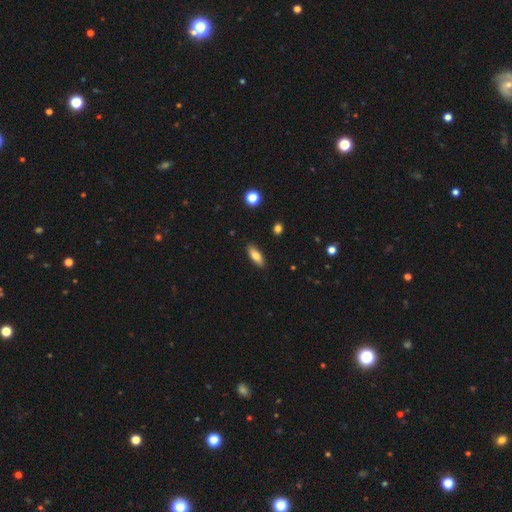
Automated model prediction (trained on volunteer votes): smooth-or-featured: smooth: 78% | featured or disk: 15% | star or artifact: 7%
  how-rounded: in between: 68% | cigar-shaped: 29% | round: 2%
  merging: none: 88% | minor disturbance: 9% | major disturbance: 2% | merger: 1%